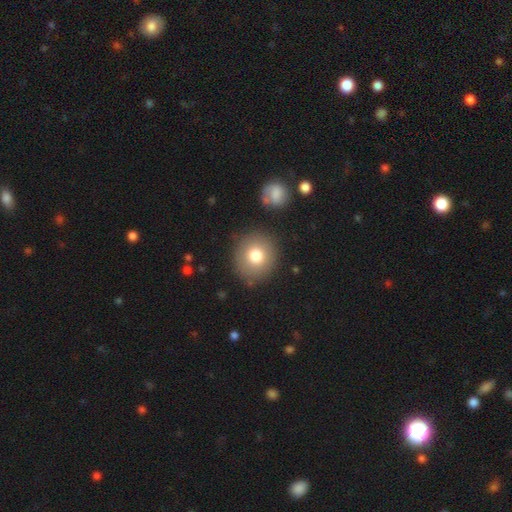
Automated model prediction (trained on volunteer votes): Smooth or featured?
  - smooth: 77% *
  - featured or disk: 13%
  - star or artifact: 10%
How rounded?
  - round: 86% *
  - in between: 14%
  - cigar-shaped: 1%
Merging?
  - none: 86% *
  - minor disturbance: 8%
  - major disturbance: 3%
  - merger: 3%